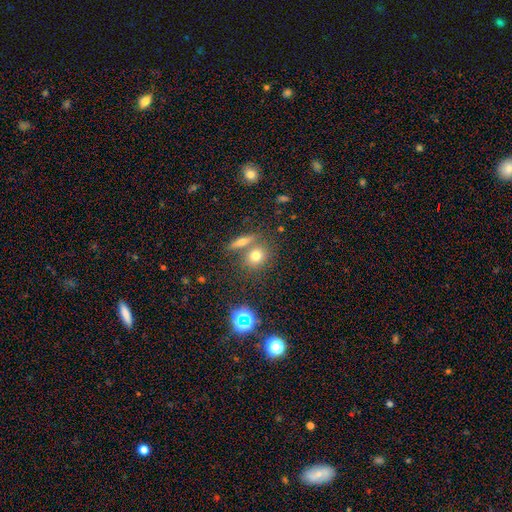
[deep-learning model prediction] Smooth or featured: smooth — 69% (star or artifact — 17%)
How rounded: round — 71% (in between — 26%)
Merging: none — 62% (merger — 25%)